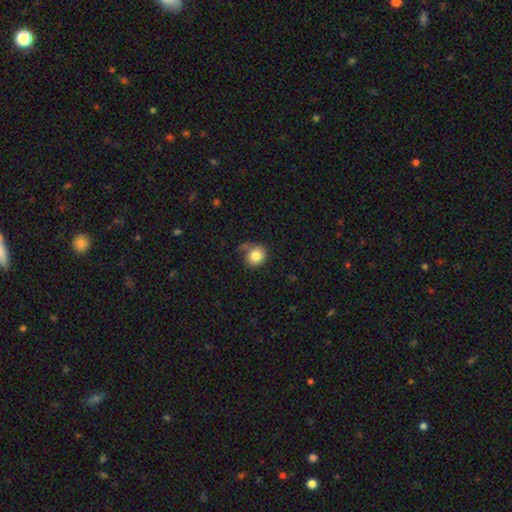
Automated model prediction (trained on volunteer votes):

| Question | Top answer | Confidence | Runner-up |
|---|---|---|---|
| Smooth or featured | smooth | 82% | star or artifact (9%) |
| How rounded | round | 80% | in between (19%) |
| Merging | none | 65% | minor disturbance (21%) |